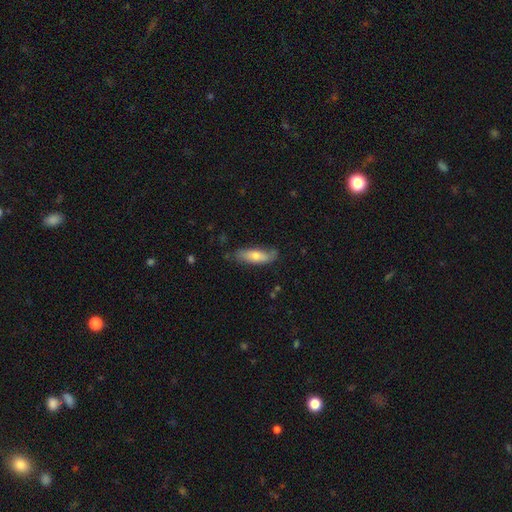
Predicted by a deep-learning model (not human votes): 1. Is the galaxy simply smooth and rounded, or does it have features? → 66% smooth, 28% featured or disk, 6% star or artifact.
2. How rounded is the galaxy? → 50% in between, 48% cigar-shaped, 2% round.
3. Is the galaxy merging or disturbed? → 69% none, 24% minor disturbance, 5% major disturbance, 2% merger.